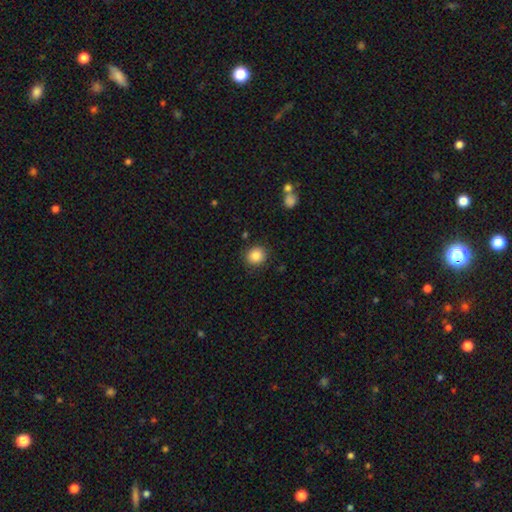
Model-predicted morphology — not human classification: smooth-or-featured: smooth: 86% | star or artifact: 9% | featured or disk: 5%
  how-rounded: round: 83% | in between: 16% | cigar-shaped: 1%
  merging: none: 88% | minor disturbance: 8% | major disturbance: 2% | merger: 2%